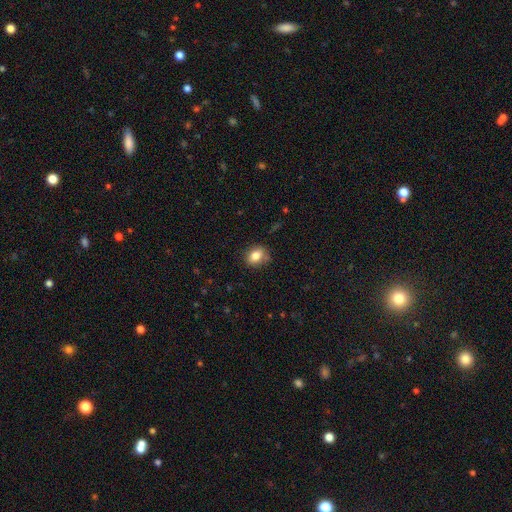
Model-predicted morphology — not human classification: smooth 82%, star or artifact 9%, featured or disk 8%. Down the decision tree: how rounded — in between (57%); merging — none (75%).